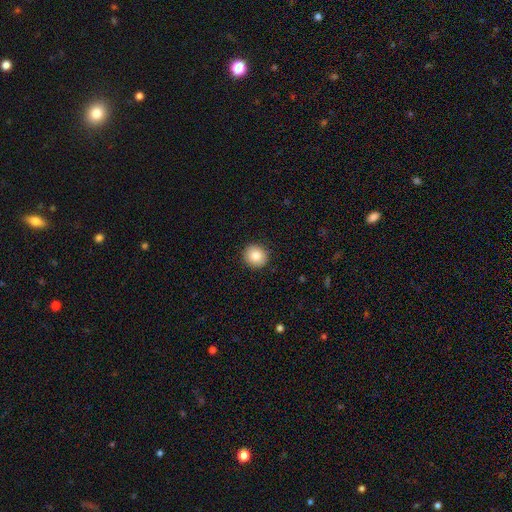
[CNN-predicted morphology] A smooth galaxy with no disk features (85%) that is round (91%). Merging: none (92%).